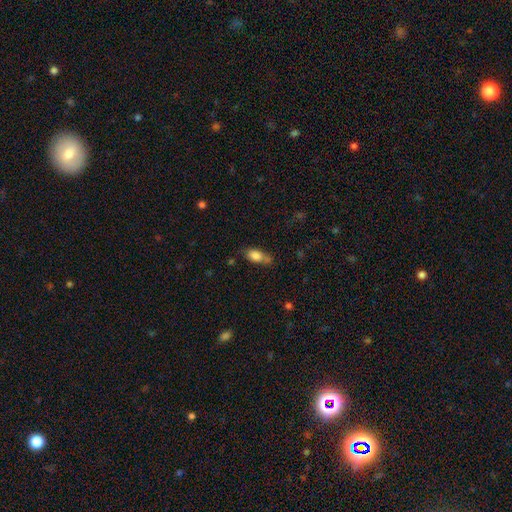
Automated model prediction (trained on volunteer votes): smooth-or-featured: smooth: 80% | featured or disk: 11% | star or artifact: 8%
  how-rounded: in between: 81% | cigar-shaped: 13% | round: 6%
  merging: none: 52% | minor disturbance: 30% | major disturbance: 9% | merger: 9%